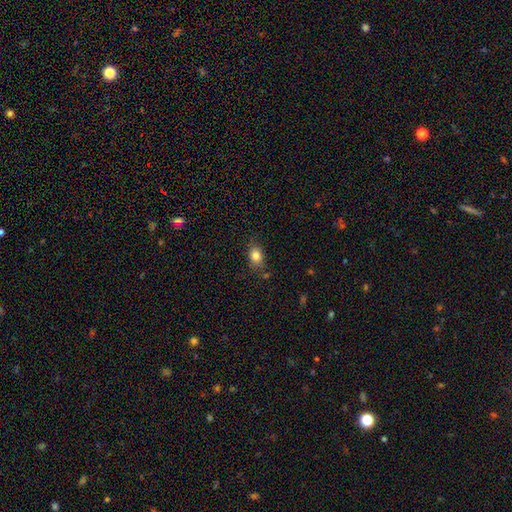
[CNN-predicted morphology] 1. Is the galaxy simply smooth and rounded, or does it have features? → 83% smooth, 10% star or artifact, 7% featured or disk.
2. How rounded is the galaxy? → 69% in between, 29% round, 2% cigar-shaped.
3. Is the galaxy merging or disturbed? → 77% none, 16% minor disturbance, 4% major disturbance, 3% merger.